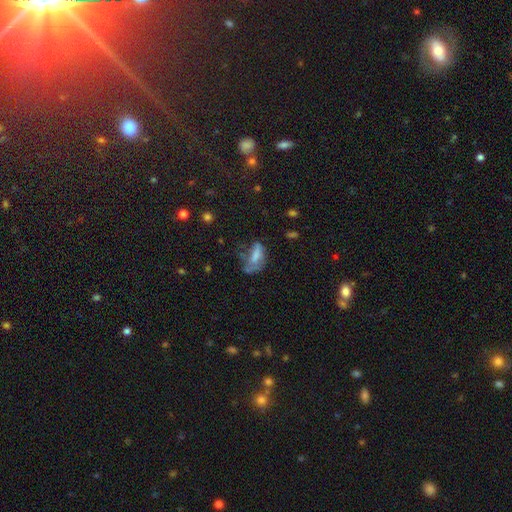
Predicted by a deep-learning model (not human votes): This is possibly a smooth galaxy (59%). How rounded: likely in between (75%). Merging: marginally major disturbance (38%).